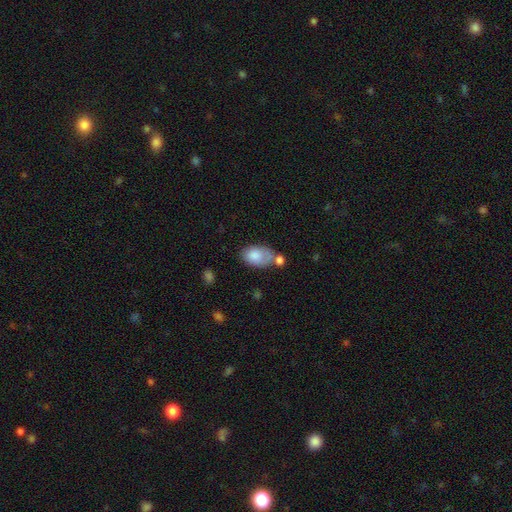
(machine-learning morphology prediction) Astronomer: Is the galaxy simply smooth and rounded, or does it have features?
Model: smooth — 80%.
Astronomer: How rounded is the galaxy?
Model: in between — 91%.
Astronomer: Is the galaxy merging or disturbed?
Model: none — 45% (runner-up: minor disturbance, 24%).